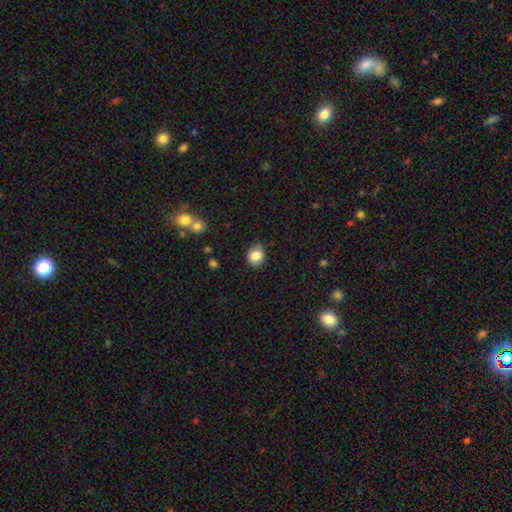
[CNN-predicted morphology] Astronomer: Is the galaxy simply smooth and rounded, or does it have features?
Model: smooth — 84%.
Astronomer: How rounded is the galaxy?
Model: round — 63%.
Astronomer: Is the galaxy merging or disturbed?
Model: none — 88%.